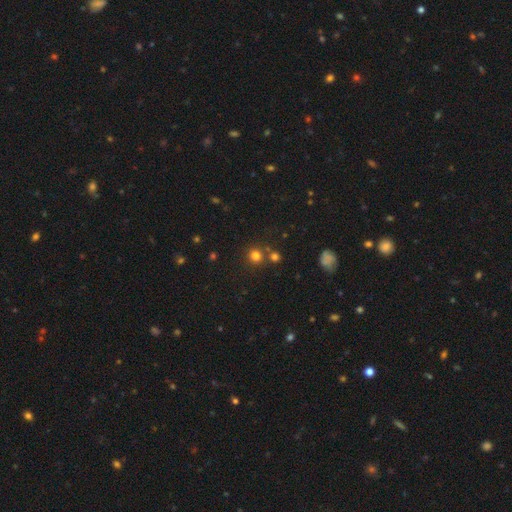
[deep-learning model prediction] The model was most divided on "merging": none: 73%, merger: 17%, minor disturbance: 8%, major disturbance: 3%. More confident: how rounded — round (91%); smooth or featured — smooth (77%).